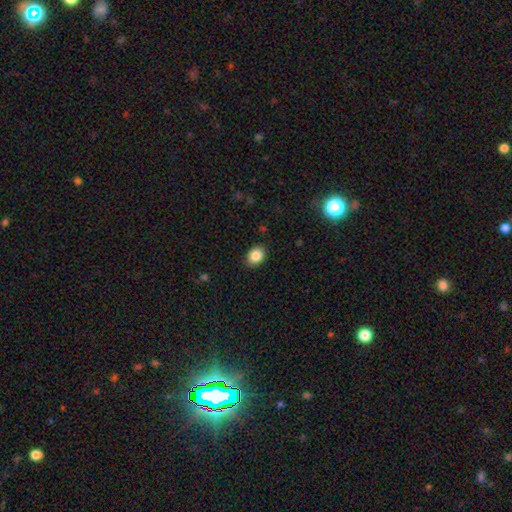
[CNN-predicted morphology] smooth_or_featured: smooth (p=0.86) [alt: star or artifact p=0.09]
how_rounded: in between (p=0.61) [alt: round p=0.38]
merging: none (p=0.88) [alt: minor disturbance p=0.09]